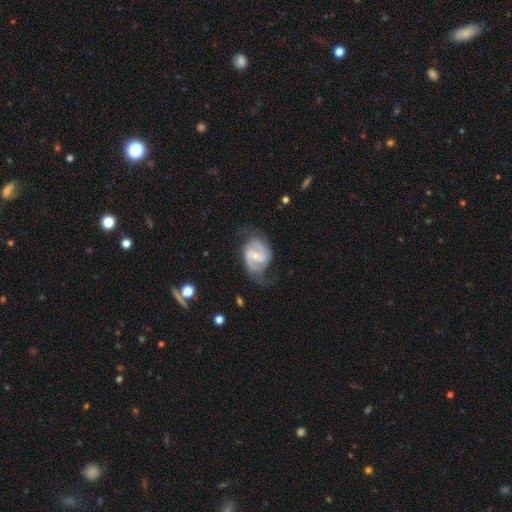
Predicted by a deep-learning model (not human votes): smooth-or-featured: featured or disk: 84% | smooth: 12% | star or artifact: 5%
  disk-edge-on: no: 97% | yes: 3%
    bar: weak: 51% | no: 31% | strong: 18%
    has-spiral-arms: yes: 93% | no: 7%
      spiral-winding: medium: 49% | tight: 31% | loose: 20%
      spiral-arm-count: 2: 83% | can't tell: 8% | 1: 3% | 3: 3% | 4: 1% | more than 4: 1%
    bulge-size: small: 51% | moderate: 45% | none: 2% | large: 2% | dominant: 1%
  merging: none: 57% | minor disturbance: 25% | major disturbance: 16% | merger: 2%